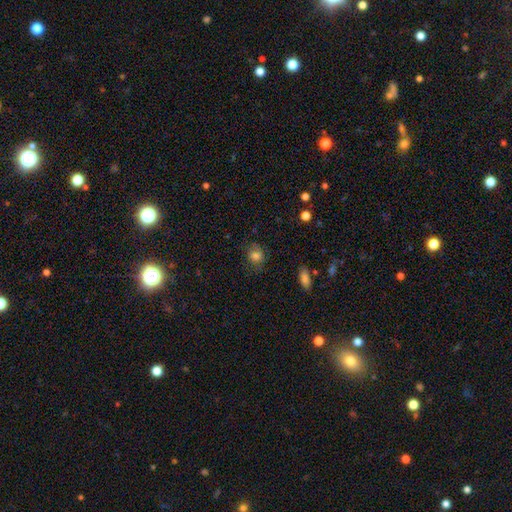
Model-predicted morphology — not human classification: The model was most divided on "how rounded": round: 58%, in between: 40%, cigar-shaped: 1%. More confident: smooth or featured — smooth (75%); merging — none (66%).